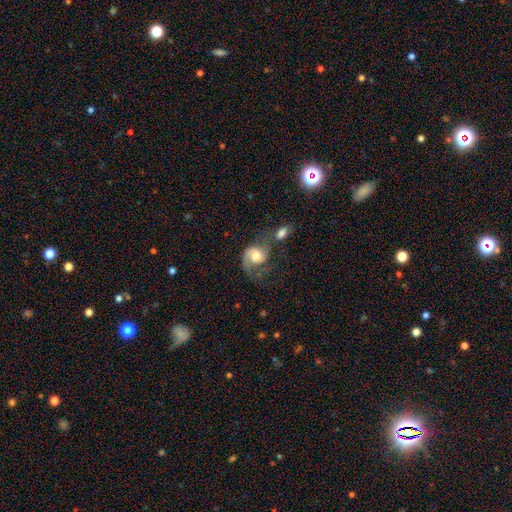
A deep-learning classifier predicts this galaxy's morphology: type=featured or disk (70%); edge-on=no (98%); bar=no (68%); spiral arms=yes (92%); winding=medium (43%); arm count=2 (48%); bulge=moderate (45%); merging=none (31%).